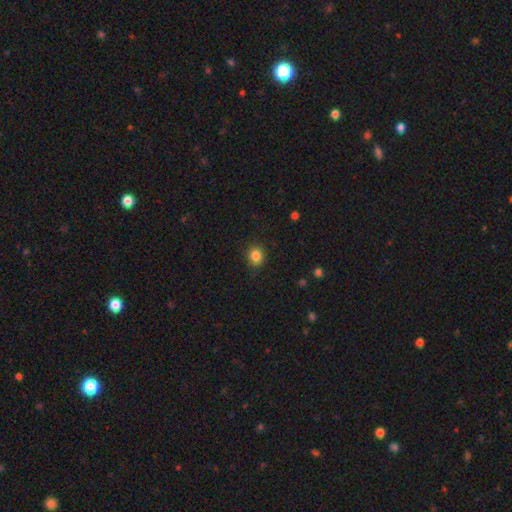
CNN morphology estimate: type=smooth (85%); roundness=round (74%); merging=none (87%).